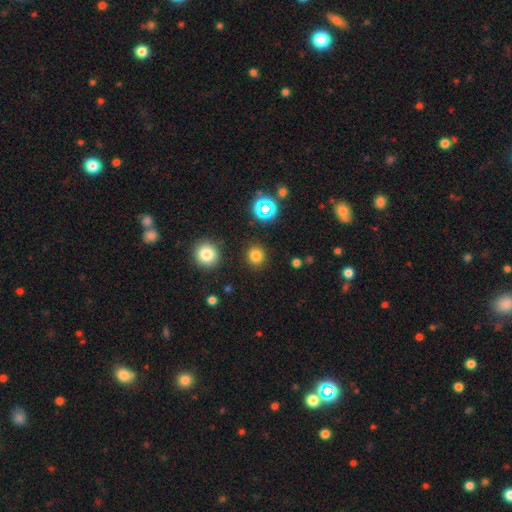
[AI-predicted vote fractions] Smooth or featured? smooth (78%)
How rounded? round (90%)
Merging? none (89%)